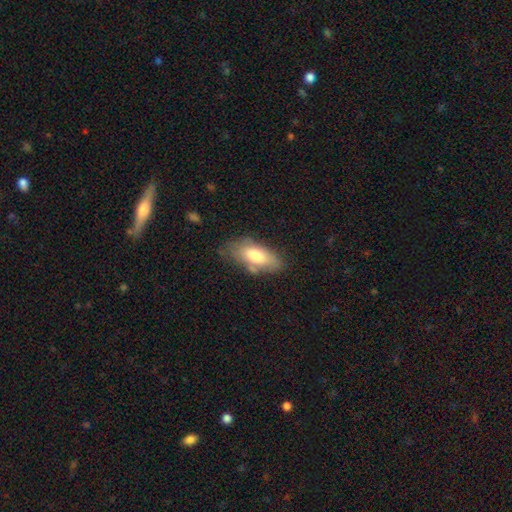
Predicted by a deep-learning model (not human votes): A smooth galaxy with no disk features (74%) that is in between round and cigar-shaped (85%).

Vote fractions:
- Smooth or featured? smooth: 74% / featured or disk: 20% / star or artifact: 6%
- How rounded? in between: 85% / cigar-shaped: 12% / round: 2%
- Merging? none: 61% / minor disturbance: 26% / major disturbance: 8% / merger: 5%